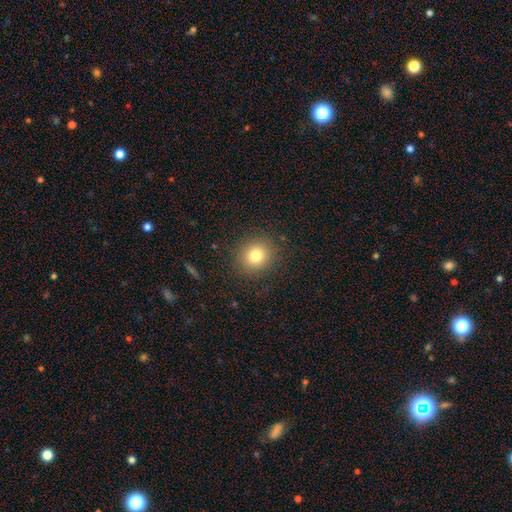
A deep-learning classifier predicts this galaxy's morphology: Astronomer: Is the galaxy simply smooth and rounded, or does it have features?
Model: smooth — 79%.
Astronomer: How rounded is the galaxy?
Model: round — 85%.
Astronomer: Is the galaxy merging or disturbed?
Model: none — 88%.